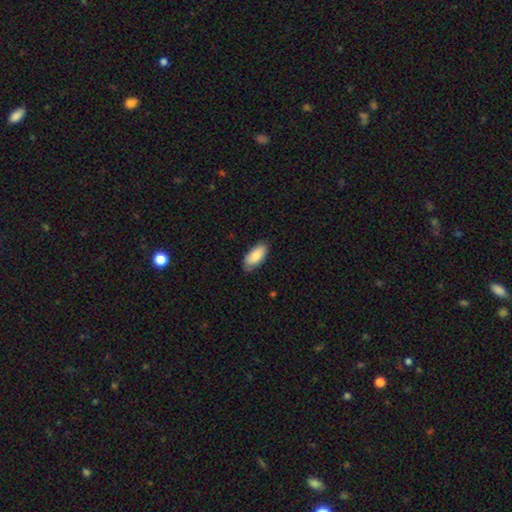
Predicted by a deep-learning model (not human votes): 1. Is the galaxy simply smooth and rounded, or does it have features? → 84% smooth, 10% featured or disk, 6% star or artifact.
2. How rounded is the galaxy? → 90% in between, 8% cigar-shaped, 2% round.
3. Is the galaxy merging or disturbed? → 77% none, 19% minor disturbance, 3% major disturbance, 1% merger.